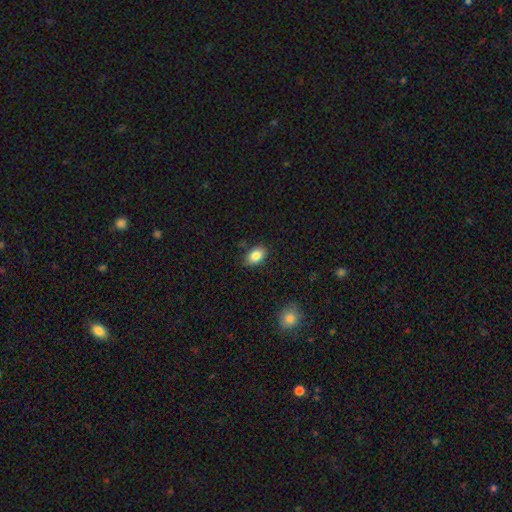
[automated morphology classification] smooth 85%, star or artifact 8%, featured or disk 7%. Down the decision tree: how rounded — in between (86%); merging — none (83%).